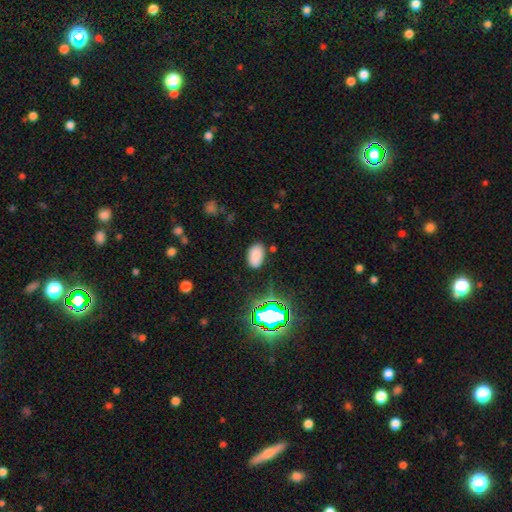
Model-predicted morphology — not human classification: smooth 76%, star or artifact 17%, featured or disk 7%. Down the decision tree: how rounded — in between (93%); merging — none (82%).